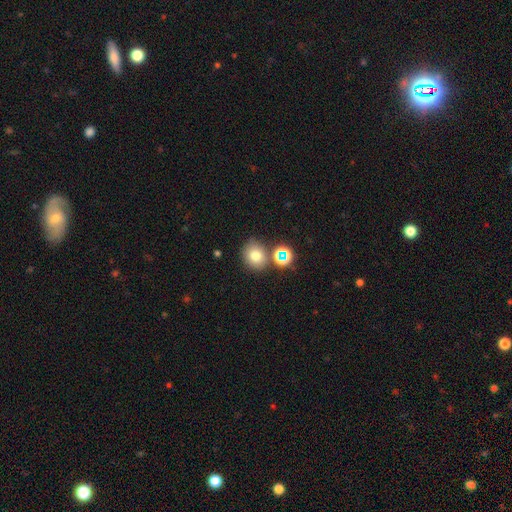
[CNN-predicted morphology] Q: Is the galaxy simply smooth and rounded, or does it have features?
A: smooth — 71%.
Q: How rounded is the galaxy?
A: round — 75%.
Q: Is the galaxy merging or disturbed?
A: none — 71%.